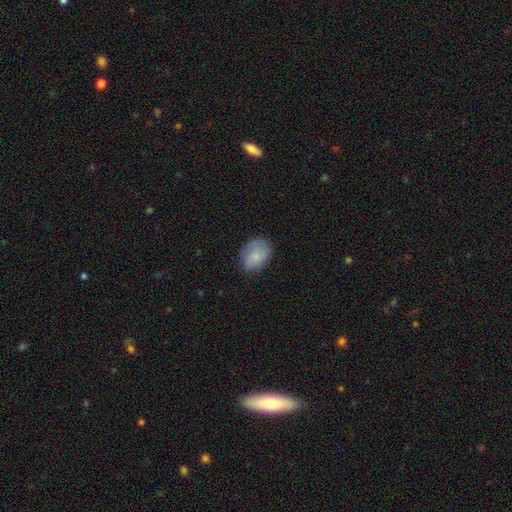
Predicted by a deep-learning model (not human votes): smooth-or-featured: smooth: 79% | featured or disk: 14% | star or artifact: 8%
  how-rounded: in between: 67% | round: 32% | cigar-shaped: 1%
  merging: none: 73% | minor disturbance: 20% | major disturbance: 6% | merger: 1%